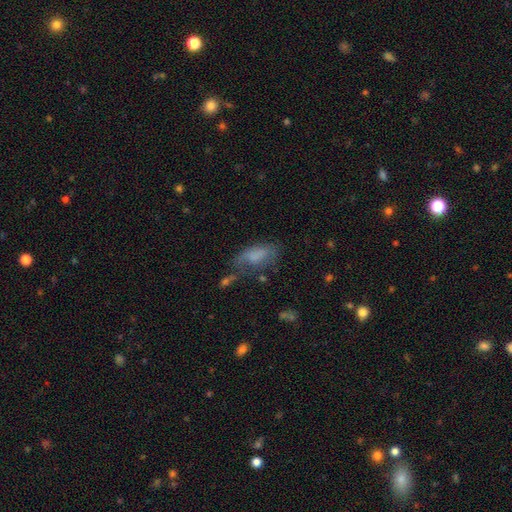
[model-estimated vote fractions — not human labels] Morphology: type=smooth (62%); roundness=in between (86%); merging=none (36%).